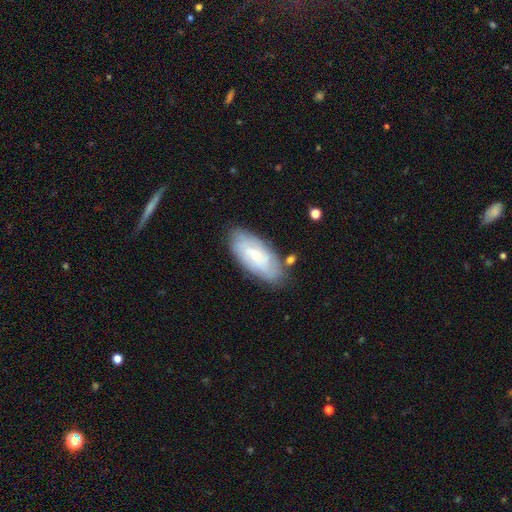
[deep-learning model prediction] A smooth galaxy with no disk features (49%). Merging: none (75%).